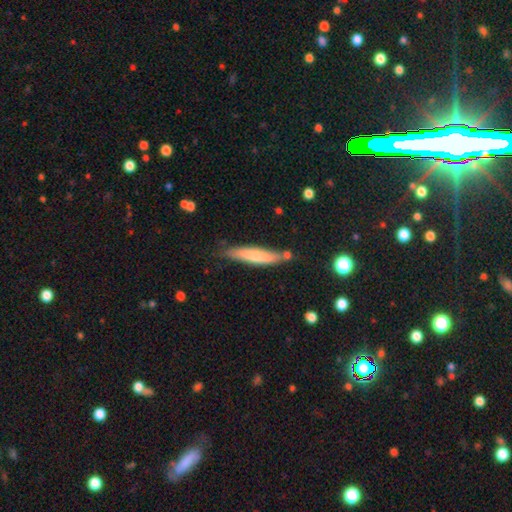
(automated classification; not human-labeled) smooth_or_featured: smooth (p=0.65) [alt: featured or disk p=0.29]
how_rounded: cigar-shaped (p=0.88) [alt: in between p=0.11]
merging: none (p=0.74) [alt: minor disturbance p=0.17]